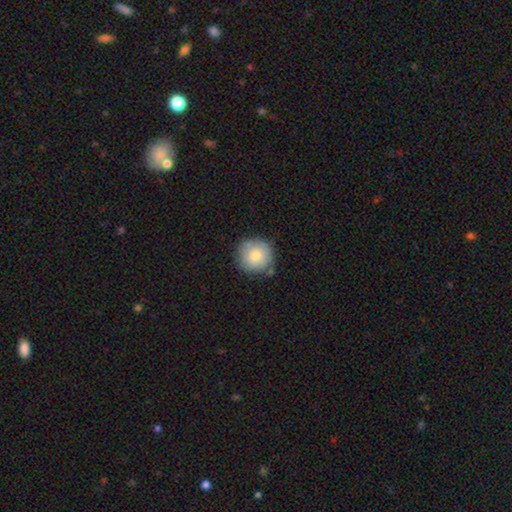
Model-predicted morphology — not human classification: smooth-or-featured: smooth: 80% | featured or disk: 13% | star or artifact: 7%
  how-rounded: round: 94% | in between: 5% | cigar-shaped: 1%
  merging: none: 79% | minor disturbance: 14% | merger: 4% | major disturbance: 3%